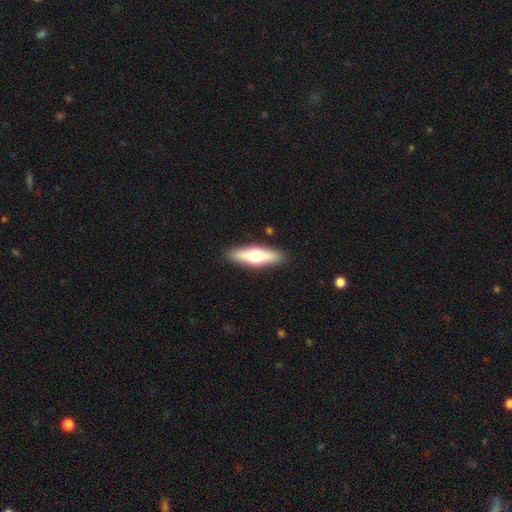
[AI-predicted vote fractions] Smooth or featured? Predicted: smooth (p=0.47, tied with featured or disk). Merging? Predicted: none (p=0.90).